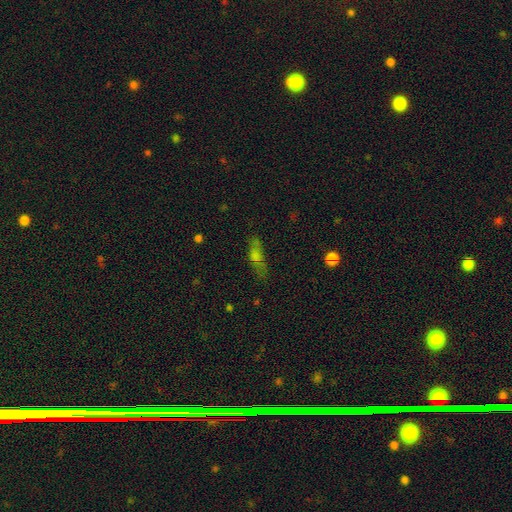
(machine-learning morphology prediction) Smooth or featured?
  - smooth: 52% *
  - featured or disk: 31%
  - star or artifact: 18%
How rounded?
  - cigar-shaped: 58% *
  - in between: 37%
  - round: 5%
Merging?
  - none: 75% *
  - minor disturbance: 17%
  - major disturbance: 6%
  - merger: 2%